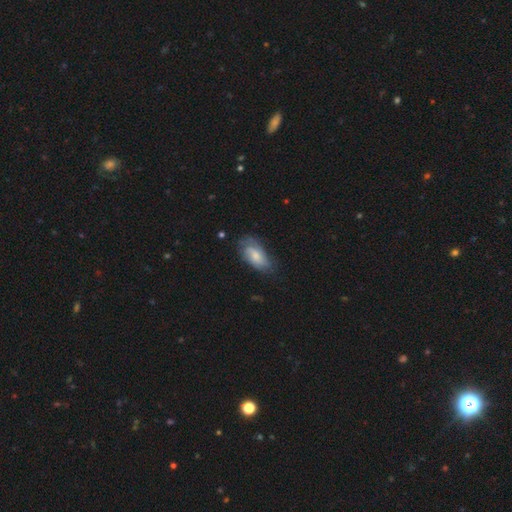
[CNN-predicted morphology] Smooth or featured: smooth — 52% (featured or disk — 41%)
How rounded: in between — 89% (cigar-shaped — 8%)
Merging: none — 59% (minor disturbance — 28%)